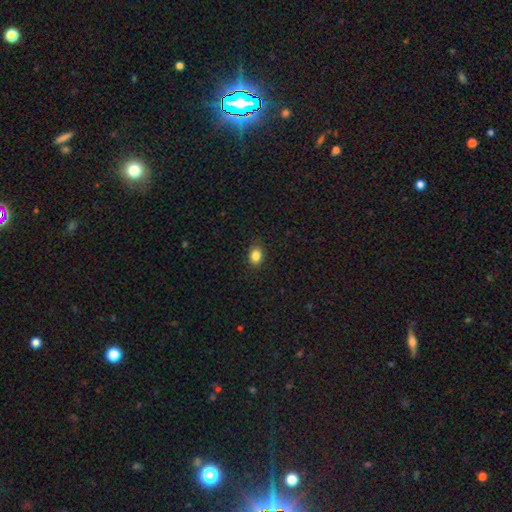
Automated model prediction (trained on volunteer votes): This appears to be a smooth galaxy with no disk features (85%) that is in between round and cigar-shaped (64%). Merging: none (88%).